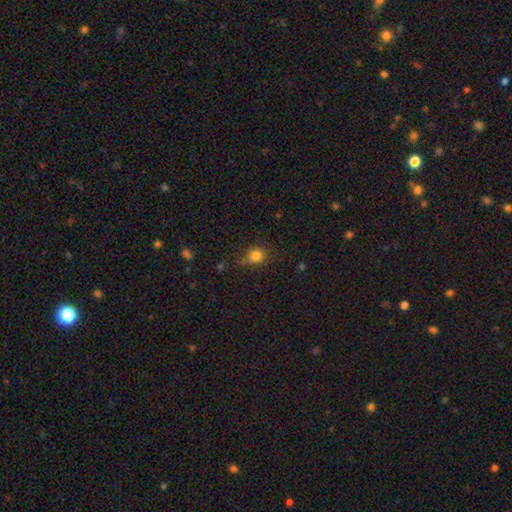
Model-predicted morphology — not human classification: The model was most divided on "how rounded": round: 76%, in between: 23%, cigar-shaped: 1%. More confident: smooth or featured — smooth (83%); merging — none (78%).